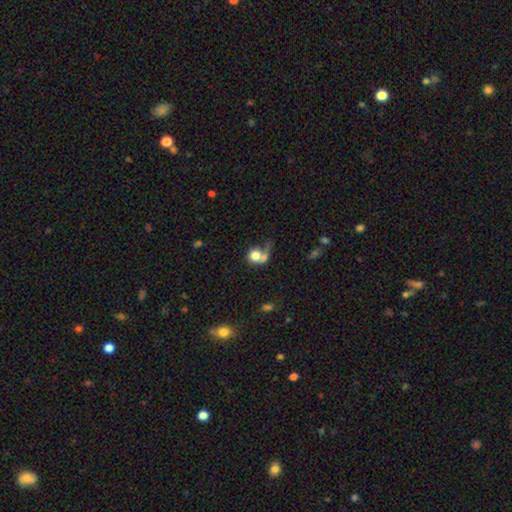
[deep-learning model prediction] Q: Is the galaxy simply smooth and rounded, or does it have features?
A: smooth — 73%.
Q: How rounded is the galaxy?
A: round — 76%.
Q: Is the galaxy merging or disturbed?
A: merger — 41%.